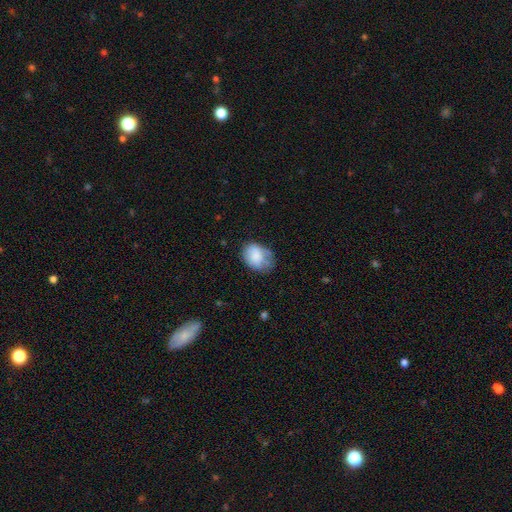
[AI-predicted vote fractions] A smooth galaxy with no disk features (77%) that is in between round and cigar-shaped (68%). Merging: none (51%).